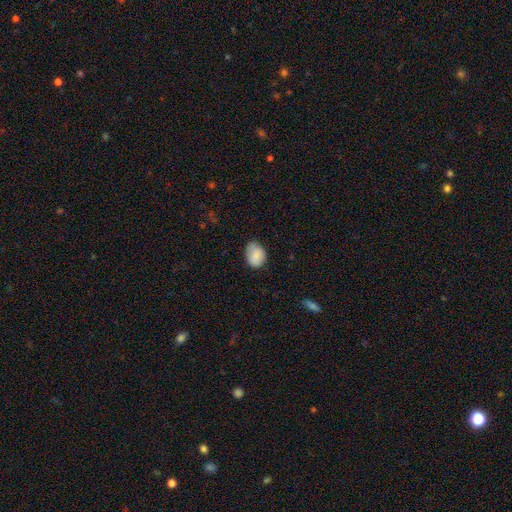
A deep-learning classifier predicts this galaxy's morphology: Smooth or featured?
  - smooth: 84% *
  - featured or disk: 8%
  - star or artifact: 8%
How rounded?
  - in between: 67% *
  - round: 32%
  - cigar-shaped: 1%
Merging?
  - none: 66% *
  - minor disturbance: 28%
  - major disturbance: 5%
  - merger: 1%